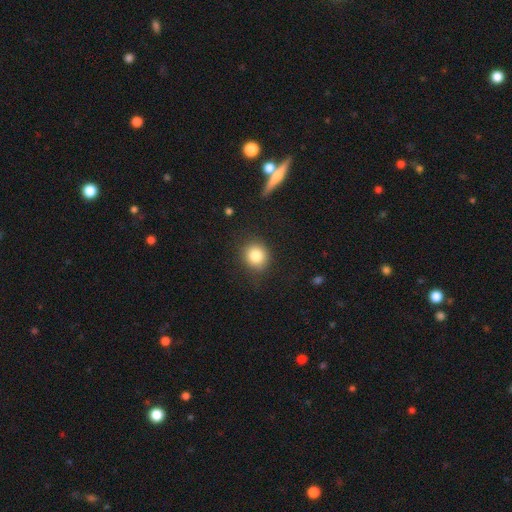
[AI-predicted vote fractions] Overall: smooth (83%). How rounded: round (84%). Merging: none (84%).